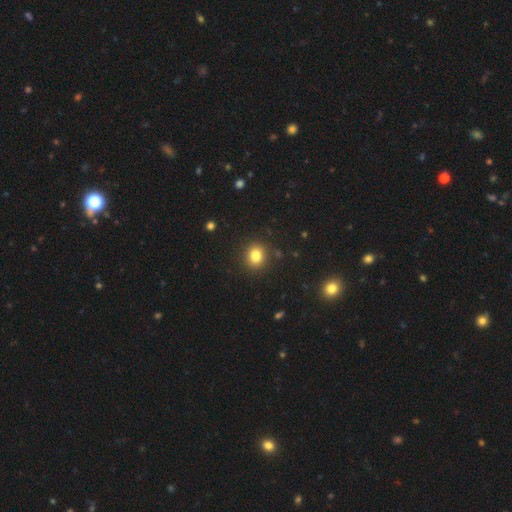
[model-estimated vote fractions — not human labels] smooth 82%, star or artifact 12%, featured or disk 6%. Down the decision tree: how rounded — round (75%); merging — none (88%).